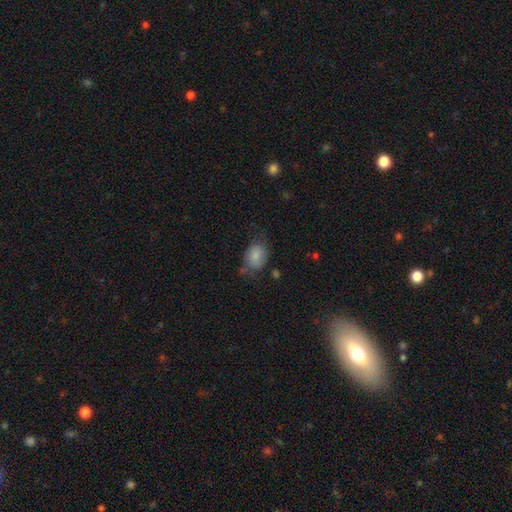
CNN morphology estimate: smooth-or-featured: smooth: 80% | featured or disk: 13% | star or artifact: 8%
  how-rounded: in between: 67% | round: 32% | cigar-shaped: 1%
  merging: none: 53% | minor disturbance: 30% | major disturbance: 13% | merger: 3%